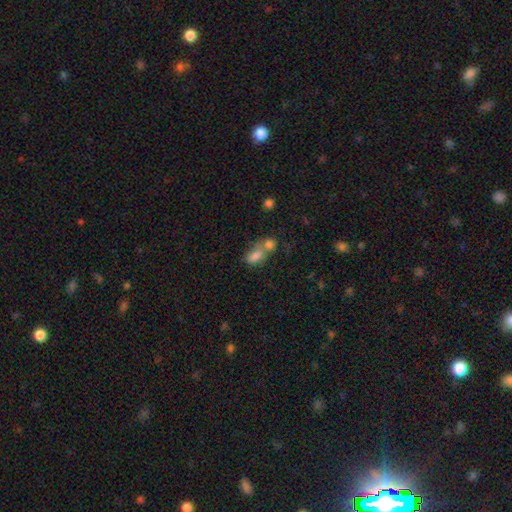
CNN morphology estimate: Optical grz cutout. It shows a smooth galaxy with no disk features (79%) that is in between round and cigar-shaped (84%). Merging: merger (60%).